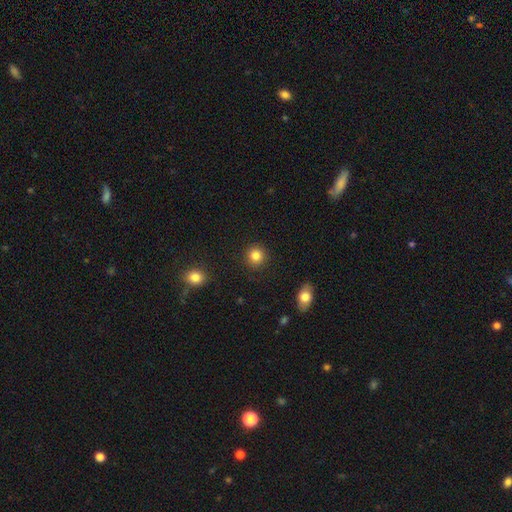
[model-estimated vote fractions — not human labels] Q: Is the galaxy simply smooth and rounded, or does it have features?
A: smooth — 85%.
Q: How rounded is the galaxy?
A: round — 91%.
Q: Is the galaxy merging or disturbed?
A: none — 91%.